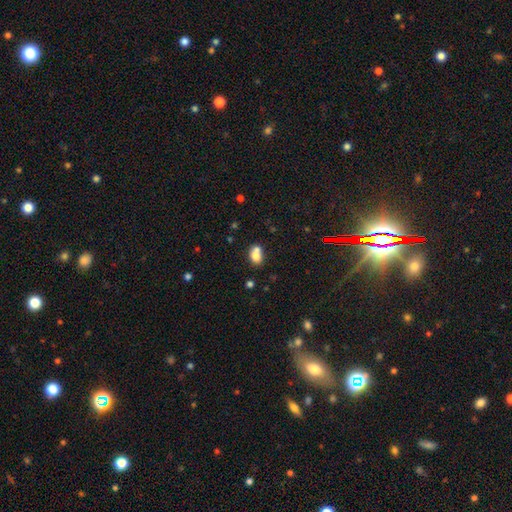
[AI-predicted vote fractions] This is likely a smooth galaxy (76%). How rounded: likely in between (64%). Merging: possibly merger (48%).